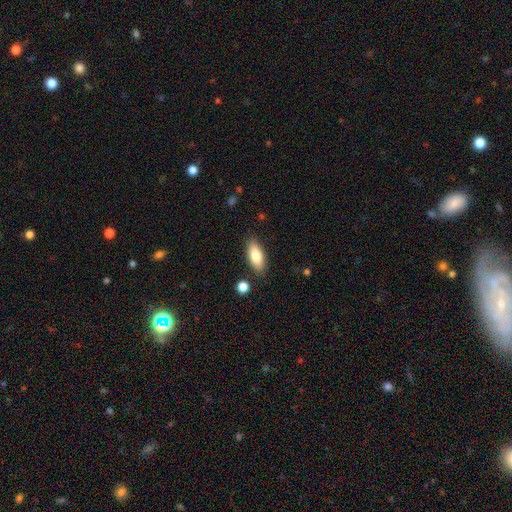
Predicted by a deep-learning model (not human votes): Smooth or featured? Predicted: smooth (p=0.81). How rounded? Predicted: in between (p=0.79). Merging? Predicted: none (p=0.85).